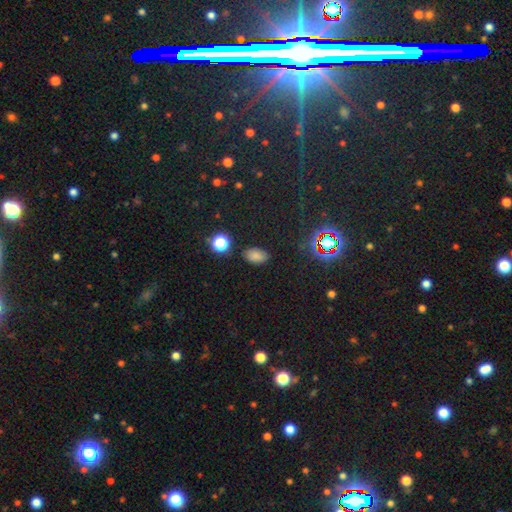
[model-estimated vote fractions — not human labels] Smooth or featured: smooth — 73% (star or artifact — 20%)
How rounded: in between — 87% (round — 11%)
Merging: none — 84% (minor disturbance — 11%)